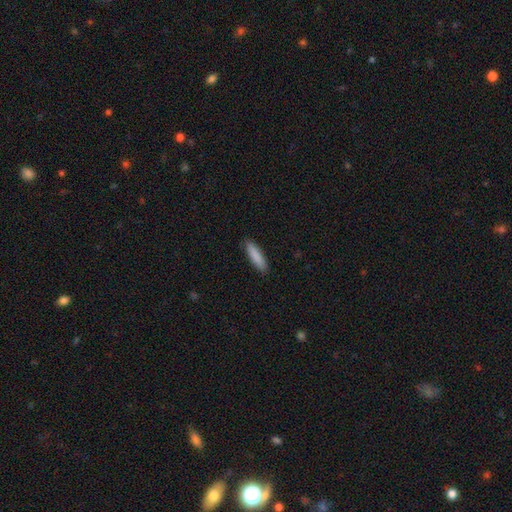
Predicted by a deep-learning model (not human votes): Smooth or featured? Predicted: smooth (p=0.88). How rounded? Predicted: cigar-shaped (p=0.72). Merging? Predicted: none (p=0.89).